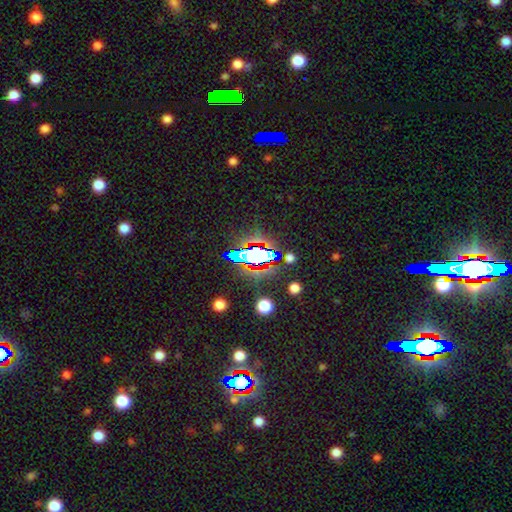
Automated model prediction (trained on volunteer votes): smooth_or_featured: star or artifact (p=0.63) [alt: smooth p=0.23]